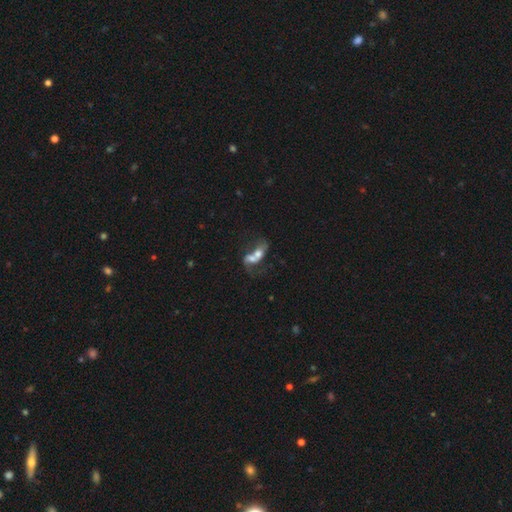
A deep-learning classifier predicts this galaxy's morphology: type=smooth (45%, tied with featured or disk); merging=merger (75%).